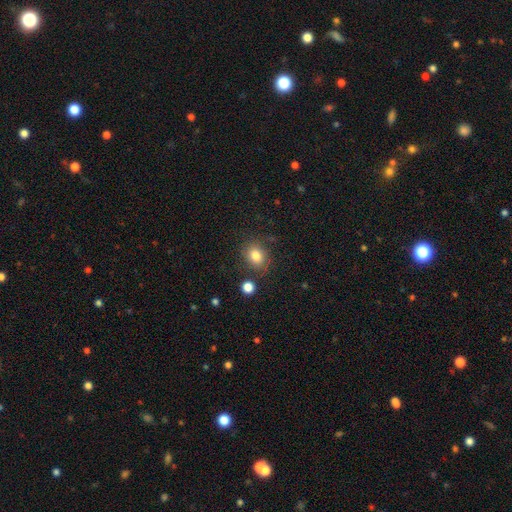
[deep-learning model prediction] Smooth or featured? smooth (81%)
How rounded? round (55%)
Merging? none (80%)